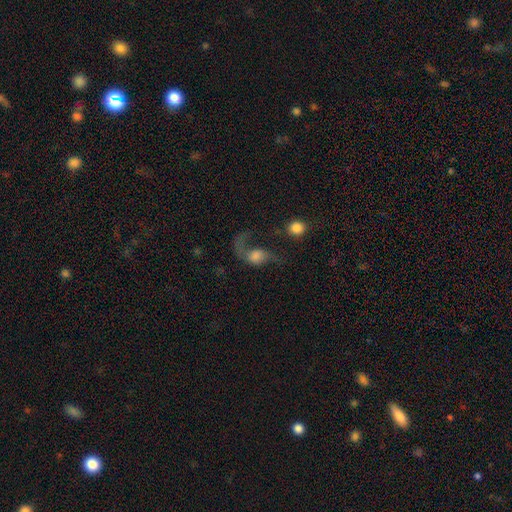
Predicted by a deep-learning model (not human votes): smooth-or-featured: featured or disk: 56% | smooth: 33% | star or artifact: 11%
  disk-edge-on: no: 96% | yes: 4%
    bar: no: 73% | weak: 23% | strong: 5%
    has-spiral-arms: yes: 82% | no: 18%
    bulge-size: moderate: 35% | large: 26% | small: 20% | none: 12% | dominant: 8%
  merging: major disturbance: 49% | none: 27% | minor disturbance: 14% | merger: 10%